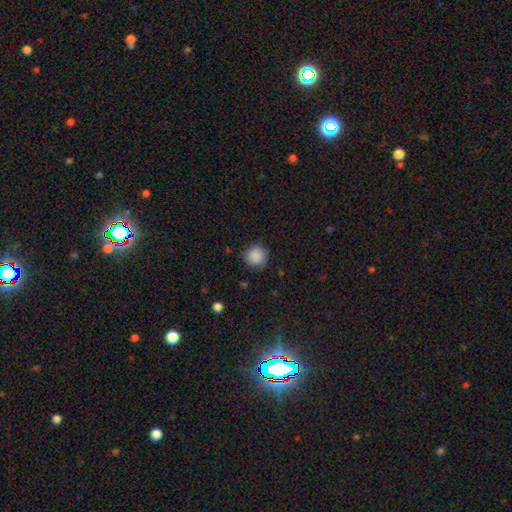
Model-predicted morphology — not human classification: A smooth galaxy with no disk features (88%) that is round (92%).

Vote fractions:
- Smooth or featured? smooth: 88% / star or artifact: 9% / featured or disk: 3%
- How rounded? round: 92% / in between: 7% / cigar-shaped: 1%
- Merging? none: 86% / minor disturbance: 10% / major disturbance: 3% / merger: 1%